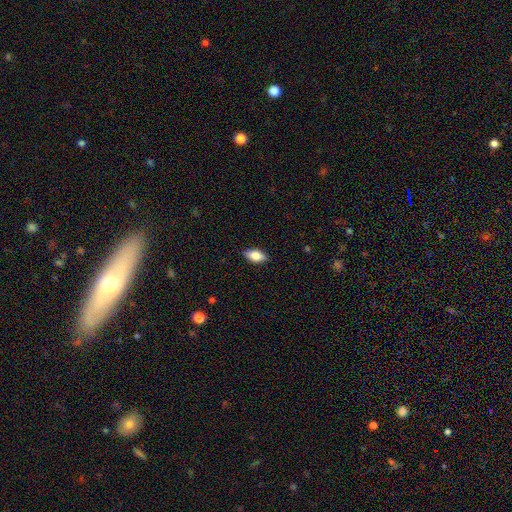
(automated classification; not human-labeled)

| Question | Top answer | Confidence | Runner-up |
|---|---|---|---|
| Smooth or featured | smooth | 79% | featured or disk (14%) |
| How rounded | in between | 88% | cigar-shaped (8%) |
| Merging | none | 86% | minor disturbance (11%) |